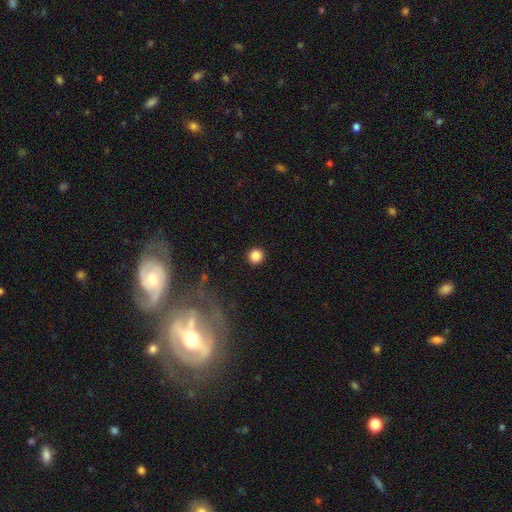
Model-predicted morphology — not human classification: Q: Smooth or featured?
A: smooth (86%); runner-up: star or artifact (11%)
Q: How rounded?
A: round (95%); runner-up: in between (4%)
Q: Merging?
A: none (92%); runner-up: minor disturbance (4%)